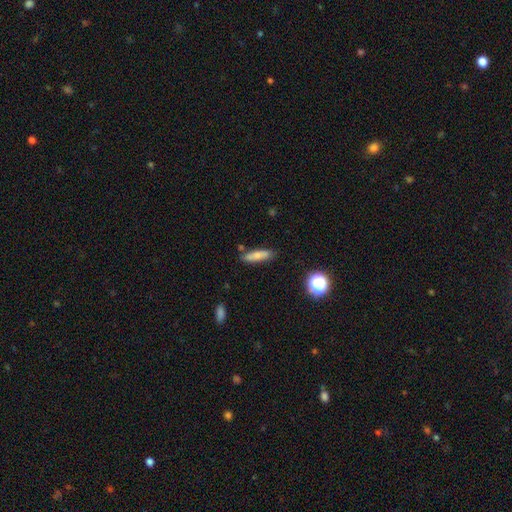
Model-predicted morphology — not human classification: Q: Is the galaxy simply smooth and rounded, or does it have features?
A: smooth — 76%.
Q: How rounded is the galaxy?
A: cigar-shaped — 68%.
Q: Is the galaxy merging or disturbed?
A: none — 78%.